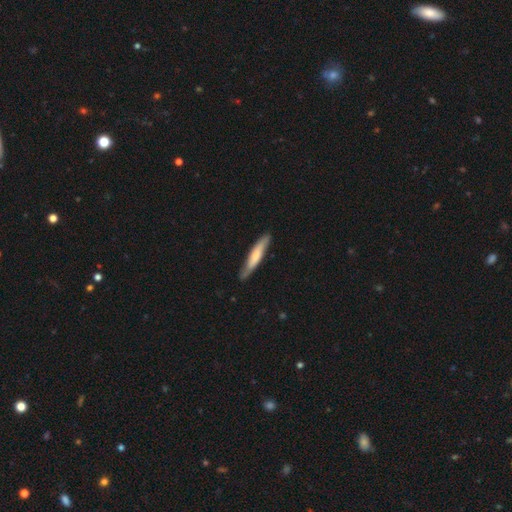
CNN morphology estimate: A smooth galaxy with no disk features (61%) that is cigar-shaped (89%). Merging: none (80%).